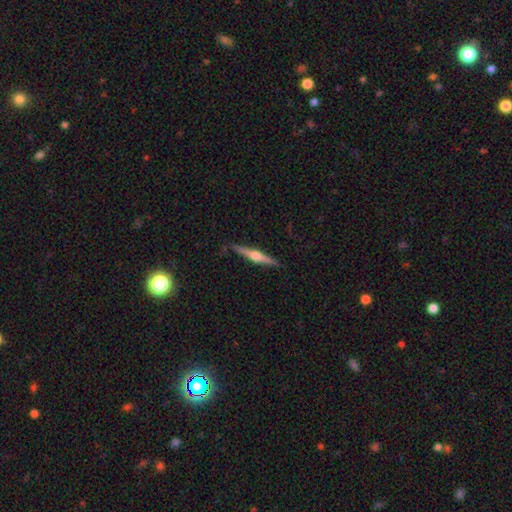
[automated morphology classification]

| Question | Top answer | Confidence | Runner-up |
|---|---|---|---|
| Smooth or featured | featured or disk | 74% | smooth (21%) |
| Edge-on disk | yes | 98% | no (2%) |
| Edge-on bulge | rounded | 92% | boxy (4%) |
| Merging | none | 87% | minor disturbance (10%) |